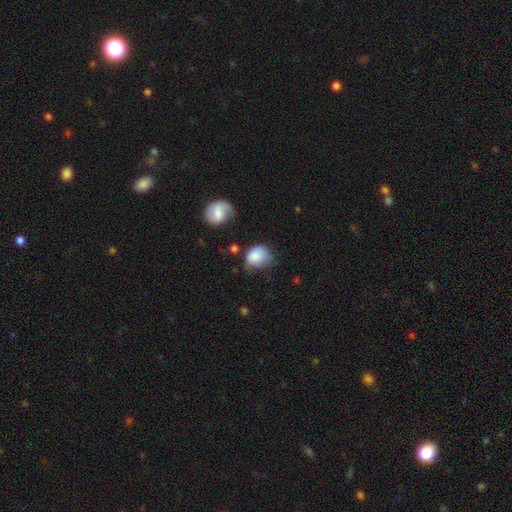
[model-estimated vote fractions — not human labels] A smooth galaxy with no disk features (83%) that is round (53%). Merging: none (42%).